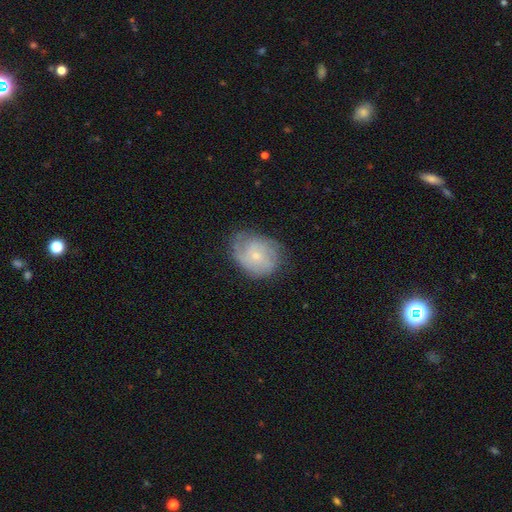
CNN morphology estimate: Q: Smooth or featured?
A: featured or disk (65%); runner-up: smooth (28%)
Q: Edge-on disk?
A: no (97%); runner-up: yes (3%)
Q: Bar?
A: no (75%); runner-up: weak (22%)
Q: Spiral arms?
A: yes (87%); runner-up: no (13%)
Q: Spiral winding?
A: tight (53%); runner-up: medium (34%)
Q: Spiral arm count?
A: can't tell (40%); runner-up: 2 (25%)
Q: Bulge size?
A: small (75%); runner-up: moderate (20%)
Q: Merging?
A: none (66%); runner-up: minor disturbance (24%)